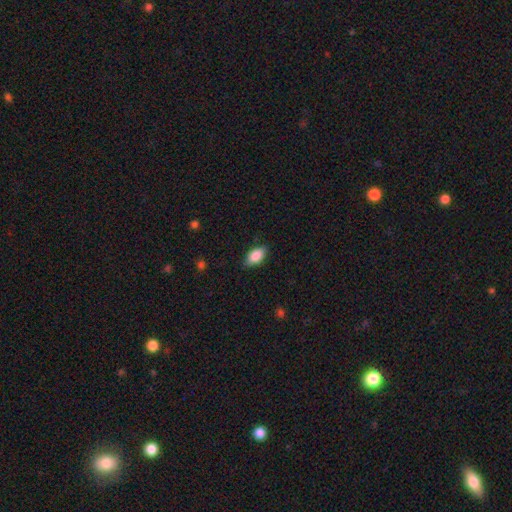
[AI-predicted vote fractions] Smooth or featured? Predicted: smooth (p=0.84). How rounded? Predicted: in between (p=0.90). Merging? Predicted: none (p=0.81).